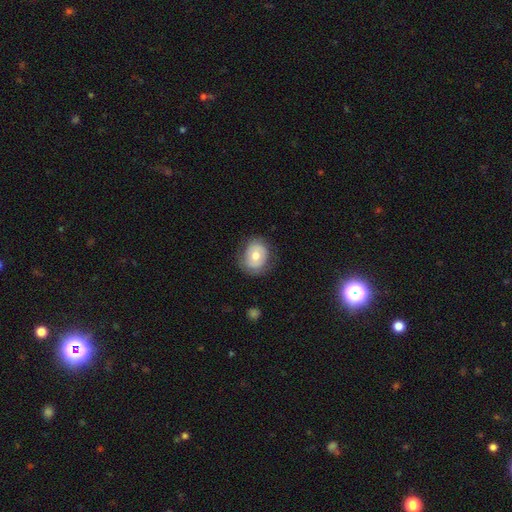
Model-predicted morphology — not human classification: A smooth galaxy with no disk features (63%) that is round (59%). Merging: none (74%).